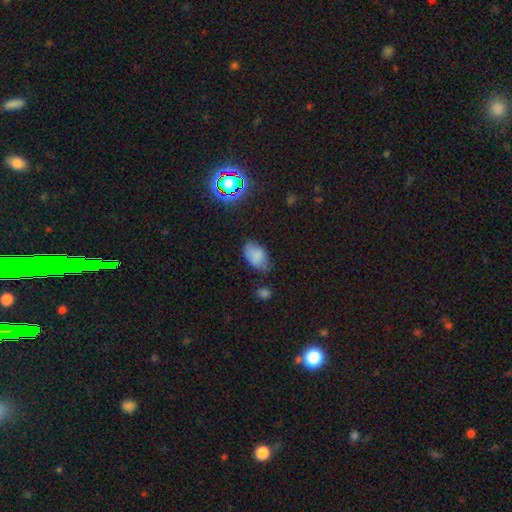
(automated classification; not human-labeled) smooth_or_featured: smooth (p=0.80) [alt: star or artifact p=0.11]
how_rounded: in between (p=0.91) [alt: round p=0.08]
merging: none (p=0.65) [alt: minor disturbance p=0.26]